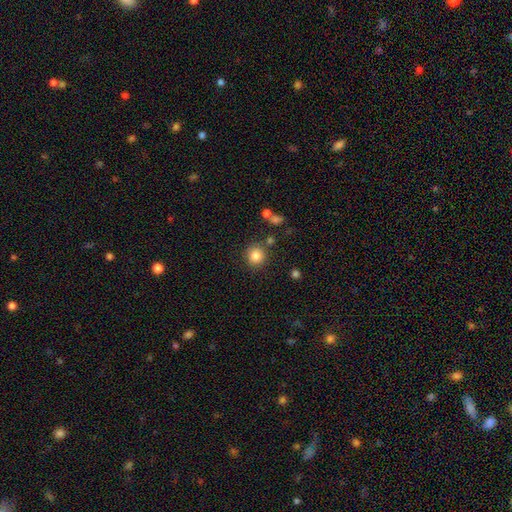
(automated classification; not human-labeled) The model was most divided on "smooth or featured": smooth: 84%, star or artifact: 10%, featured or disk: 5%. More confident: how rounded — round (92%); merging — none (84%).